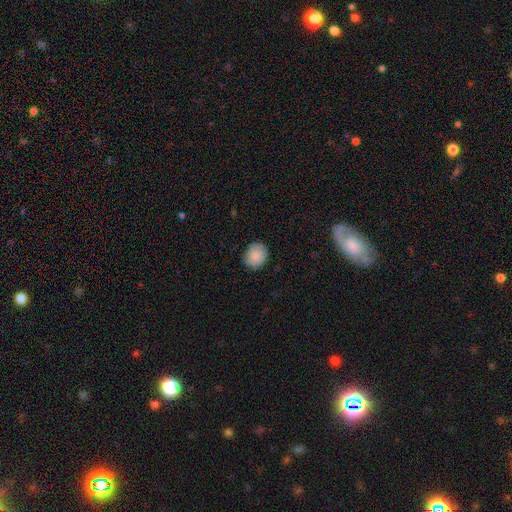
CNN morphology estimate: The model was most divided on "how rounded": round: 74%, in between: 26%, cigar-shaped: 1%. More confident: smooth or featured — smooth (86%); merging — none (83%).